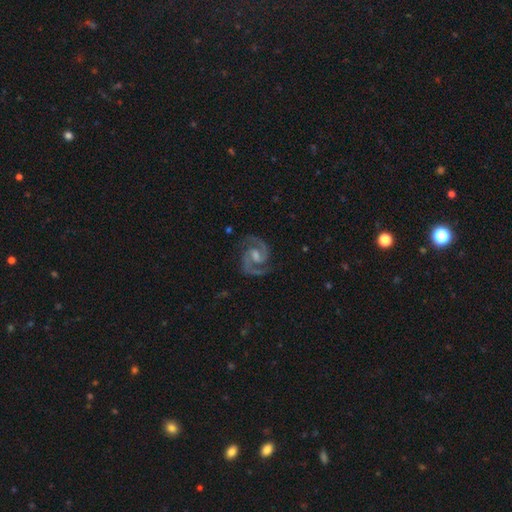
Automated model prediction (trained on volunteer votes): This appears to be a featured or disk galaxy (93%) with a weak bar (53%), 2 (94%) medium (64%) spiral arms (99%) and a moderate central bulge (51%). Merging: none (83%).